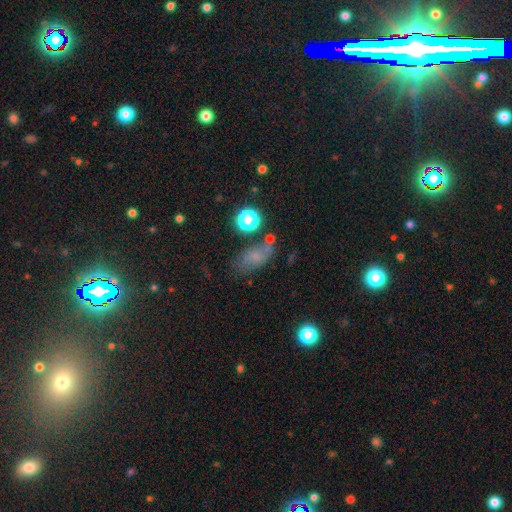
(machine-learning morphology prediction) Smooth or featured: smooth — 59% (star or artifact — 21%)
How rounded: in between — 77% (round — 15%)
Merging: none — 58% (minor disturbance — 23%)